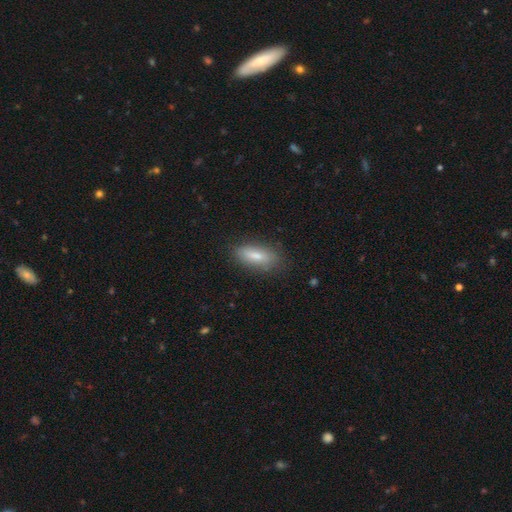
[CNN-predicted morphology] Smooth or featured?
  - smooth: 76% *
  - featured or disk: 17%
  - star or artifact: 8%
How rounded?
  - in between: 76% *
  - cigar-shaped: 20%
  - round: 3%
Merging?
  - none: 78% *
  - minor disturbance: 16%
  - major disturbance: 4%
  - merger: 1%